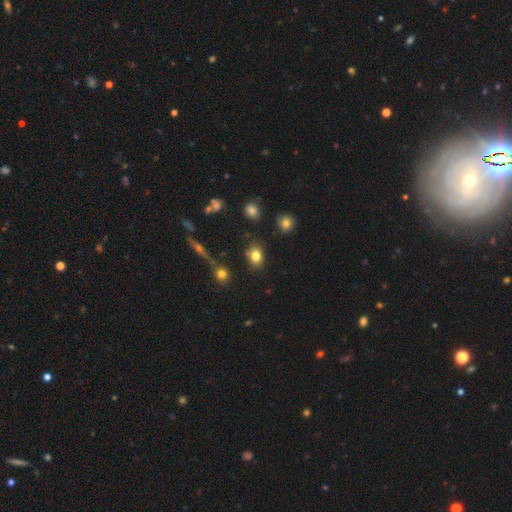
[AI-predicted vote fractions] Smooth or featured? Predicted: smooth (p=0.80). How rounded? Predicted: in between (p=0.66). Merging? Predicted: none (p=0.80).